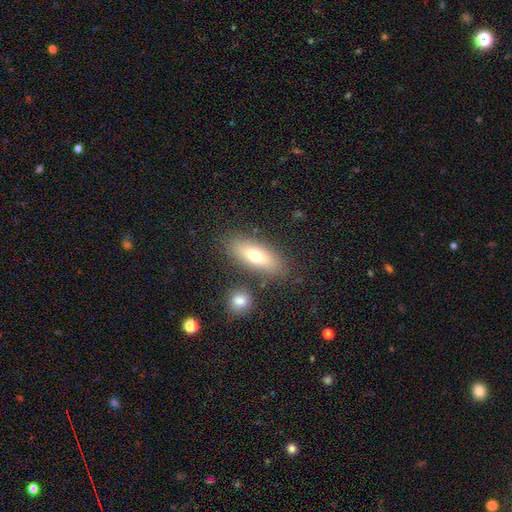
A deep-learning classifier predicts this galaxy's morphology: A smooth galaxy with no disk features (69%) that is in between round and cigar-shaped (73%).

Vote fractions:
- Smooth or featured? smooth: 69% / featured or disk: 23% / star or artifact: 8%
- How rounded? in between: 73% / cigar-shaped: 23% / round: 4%
- Merging? none: 80% / minor disturbance: 11% / merger: 6% / major disturbance: 4%